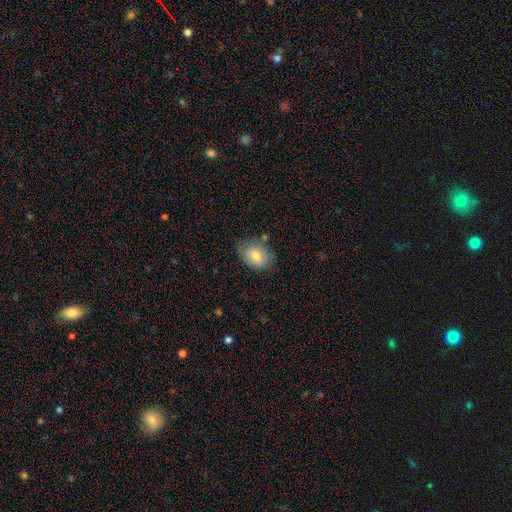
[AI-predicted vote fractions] This is likely a smooth galaxy (77%). How rounded: likely in between (75%). Merging: likely none (72%).